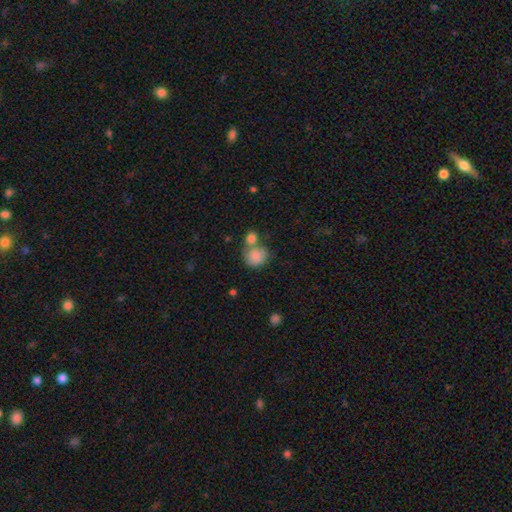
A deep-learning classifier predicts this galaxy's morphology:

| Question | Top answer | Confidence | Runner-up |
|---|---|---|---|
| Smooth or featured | smooth | 84% | star or artifact (8%) |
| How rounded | round | 77% | in between (22%) |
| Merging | none | 47% | merger (37%) |